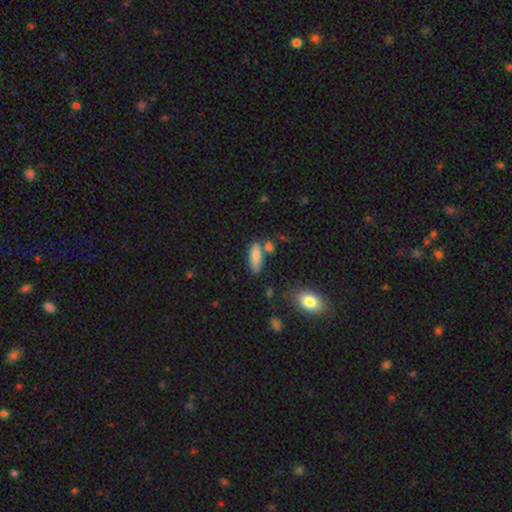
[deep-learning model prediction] smooth 83%, featured or disk 9%, star or artifact 8%. Down the decision tree: how rounded — in between (58%); merging — none (64%).